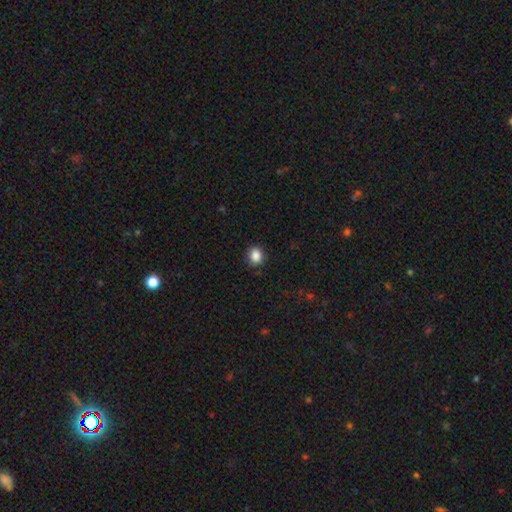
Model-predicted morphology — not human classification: Smooth or featured?
  - smooth: 86% *
  - star or artifact: 10%
  - featured or disk: 4%
How rounded?
  - round: 65% *
  - in between: 34%
  - cigar-shaped: 1%
Merging?
  - none: 85% *
  - minor disturbance: 11%
  - major disturbance: 3%
  - merger: 1%